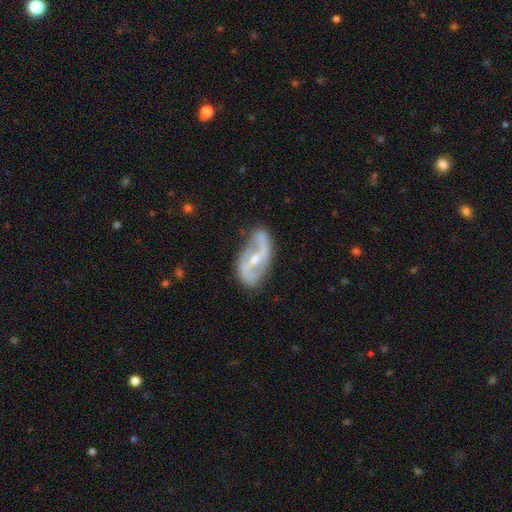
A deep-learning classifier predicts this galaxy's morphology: Q: Smooth or featured?
A: featured or disk (85%); runner-up: smooth (8%)
Q: Edge-on disk?
A: no (94%); runner-up: yes (6%)
Q: Bar?
A: no (41%); runner-up: weak (36%)
Q: Spiral arms?
A: yes (91%); runner-up: no (9%)
Q: Spiral winding?
A: loose (53%); runner-up: medium (32%)
Q: Spiral arm count?
A: 2 (88%); runner-up: can't tell (5%)
Q: Bulge size?
A: small (53%); runner-up: moderate (43%)
Q: Merging?
A: none (73%); runner-up: minor disturbance (17%)